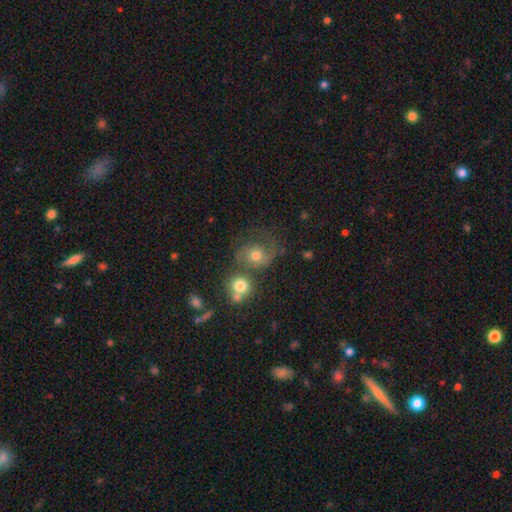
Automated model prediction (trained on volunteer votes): Overall: featured or disk (48%; smooth 39%). Merging: none (44%; merger 20%).